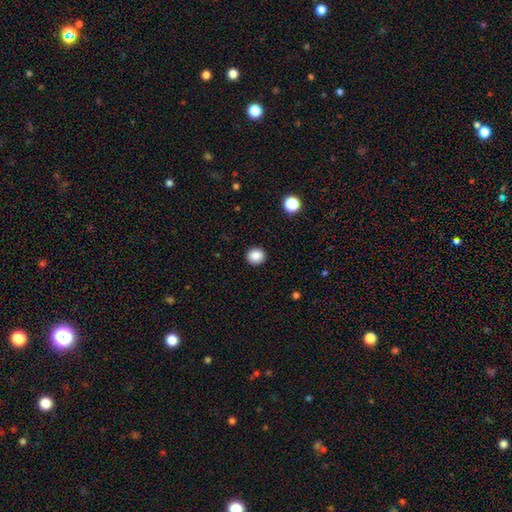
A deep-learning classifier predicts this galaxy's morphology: smooth 87%, star or artifact 10%, featured or disk 3%. Down the decision tree: how rounded — round (89%); merging — none (92%).